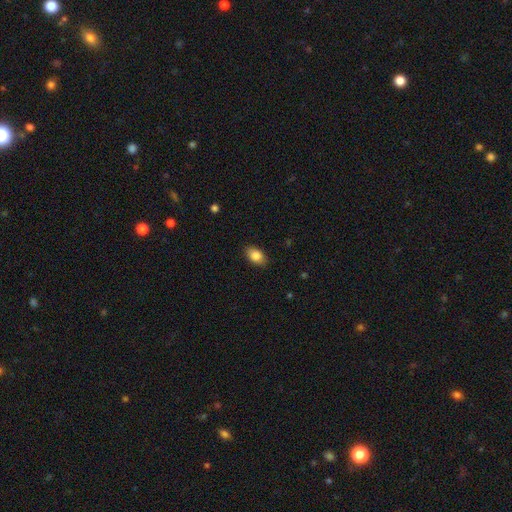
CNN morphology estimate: Q: Smooth or featured?
A: smooth (85%); runner-up: star or artifact (8%)
Q: How rounded?
A: in between (88%); runner-up: round (10%)
Q: Merging?
A: none (87%); runner-up: minor disturbance (9%)